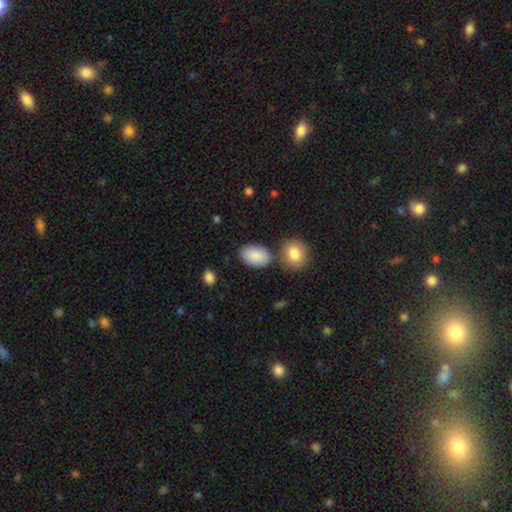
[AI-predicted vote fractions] A smooth galaxy with no disk features (88%) that is in between round and cigar-shaped (91%).

Vote fractions:
- Smooth or featured? smooth: 88% / featured or disk: 6% / star or artifact: 6%
- How rounded? in between: 91% / round: 8% / cigar-shaped: 1%
- Merging? none: 69% / minor disturbance: 14% / merger: 14% / major disturbance: 4%